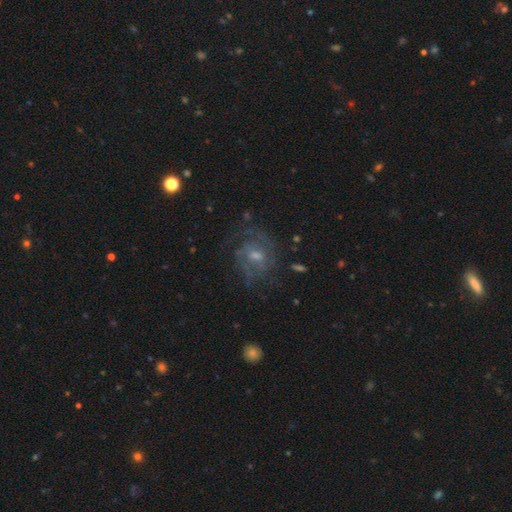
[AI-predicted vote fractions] Q: Smooth or featured?
A: featured or disk (64%); runner-up: smooth (24%)
Q: Edge-on disk?
A: no (97%); runner-up: yes (3%)
Q: Bar?
A: weak (48%); runner-up: no (43%)
Q: Spiral arms?
A: yes (72%); runner-up: no (28%)
Q: Bulge size?
A: moderate (51%); runner-up: small (35%)
Q: Merging?
A: none (59%); runner-up: minor disturbance (20%)